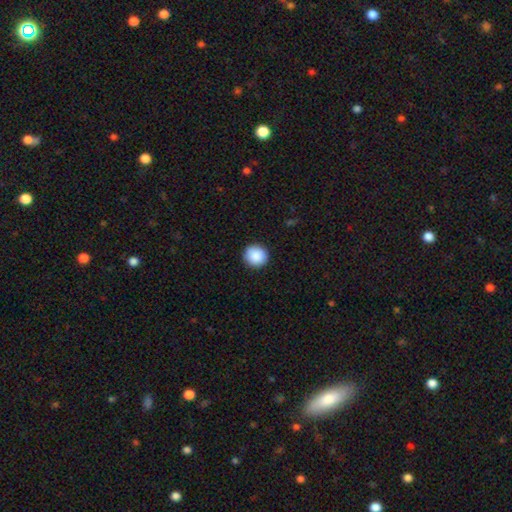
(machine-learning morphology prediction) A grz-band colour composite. It shows a smooth galaxy with no disk features (89%) that is round (95%). Merging: none (92%).